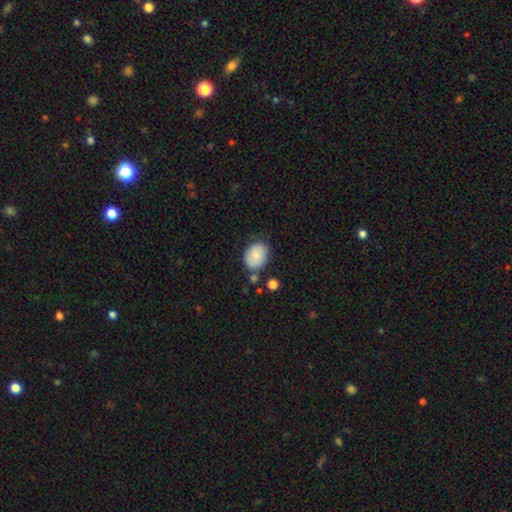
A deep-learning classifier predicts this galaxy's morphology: Smooth or featured? Predicted: smooth (p=0.82). How rounded? Predicted: in between (p=0.59). Merging? Predicted: none (p=0.67).